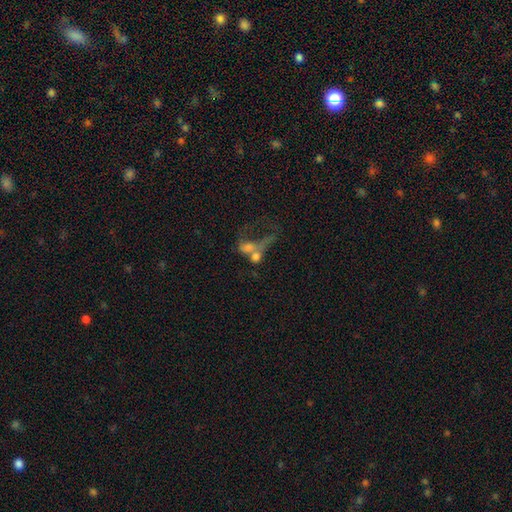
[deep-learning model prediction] This appears to be a smooth galaxy with no disk features (52%) that is in between round and cigar-shaped (60%). Merging: merger (58%).